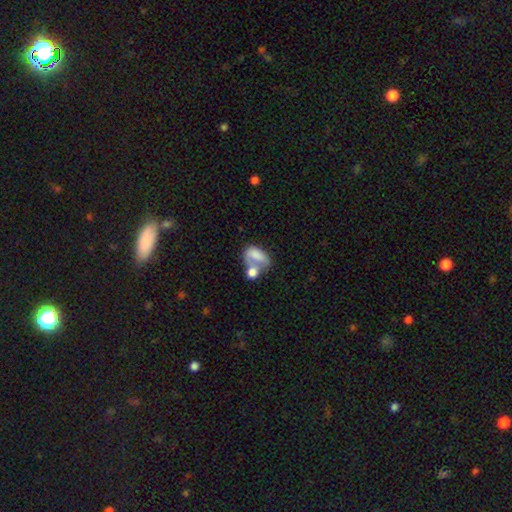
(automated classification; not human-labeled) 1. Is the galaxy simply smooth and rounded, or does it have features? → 70% smooth, 21% featured or disk, 9% star or artifact.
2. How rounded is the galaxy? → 85% in between, 13% round, 2% cigar-shaped.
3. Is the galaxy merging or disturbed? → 54% merger, 18% none, 16% major disturbance, 12% minor disturbance.